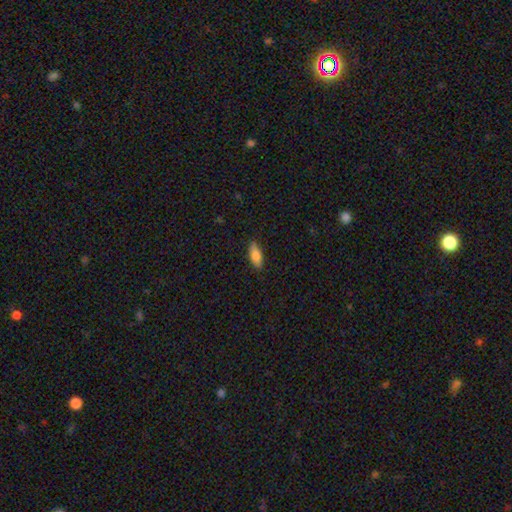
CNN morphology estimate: Overall: smooth (80%). How rounded: in between (75%). Merging: none (87%).